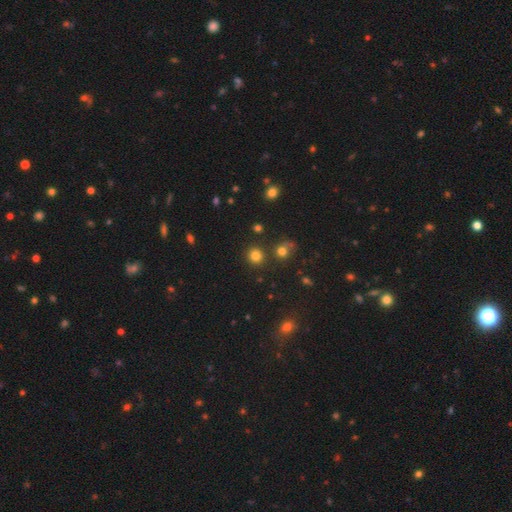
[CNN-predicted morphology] Q: Smooth or featured?
A: smooth (79%); runner-up: star or artifact (16%)
Q: How rounded?
A: round (91%); runner-up: in between (8%)
Q: Merging?
A: none (85%); runner-up: minor disturbance (6%)